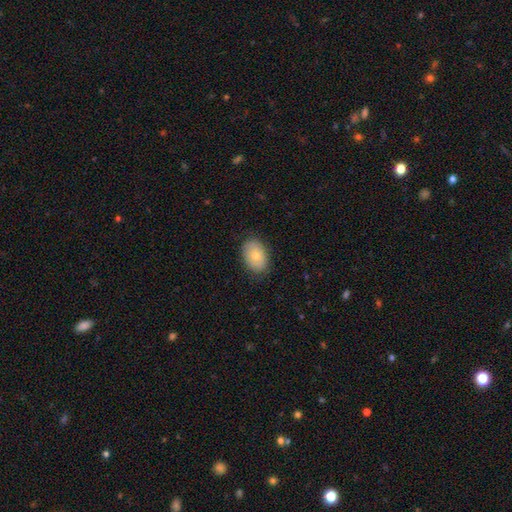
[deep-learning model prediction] Smooth or featured: smooth — 69% (featured or disk — 22%)
How rounded: in between — 84% (round — 15%)
Merging: none — 84% (minor disturbance — 13%)